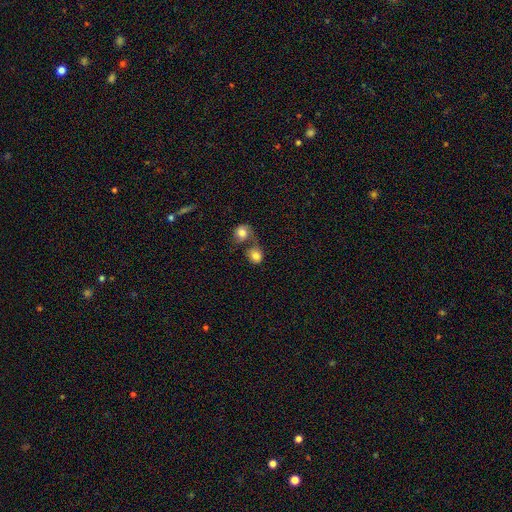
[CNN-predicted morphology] Smooth or featured? Predicted: smooth (p=0.78). How rounded? Predicted: round (p=0.68). Merging? Predicted: merger (p=0.58).